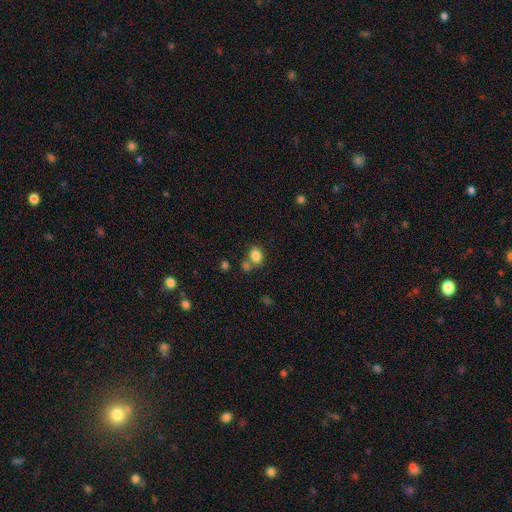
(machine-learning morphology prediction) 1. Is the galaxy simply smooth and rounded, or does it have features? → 83% smooth, 11% star or artifact, 6% featured or disk.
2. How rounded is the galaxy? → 55% in between, 44% round, 1% cigar-shaped.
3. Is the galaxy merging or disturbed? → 59% none, 24% merger, 13% minor disturbance, 5% major disturbance.